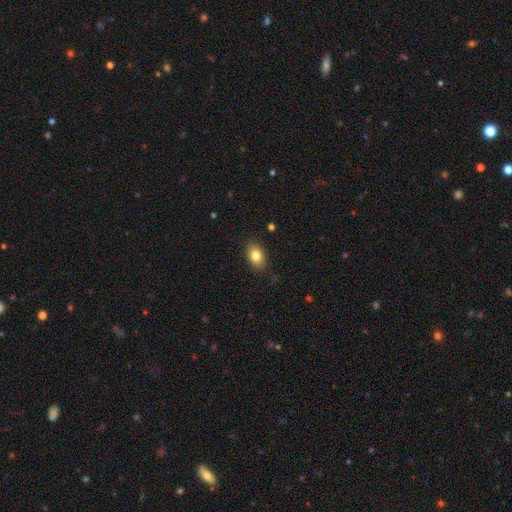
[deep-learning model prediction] Smooth or featured? smooth (82%)
How rounded? in between (81%)
Merging? none (87%)